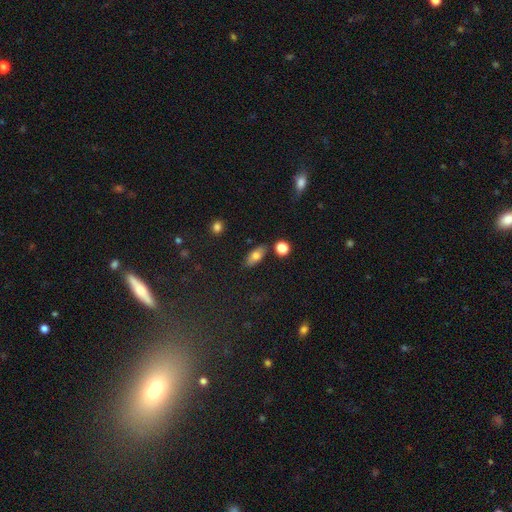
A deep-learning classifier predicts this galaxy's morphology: Smooth or featured? Predicted: smooth (p=0.74). How rounded? Predicted: in between (p=0.84). Merging? Predicted: none (p=0.82).